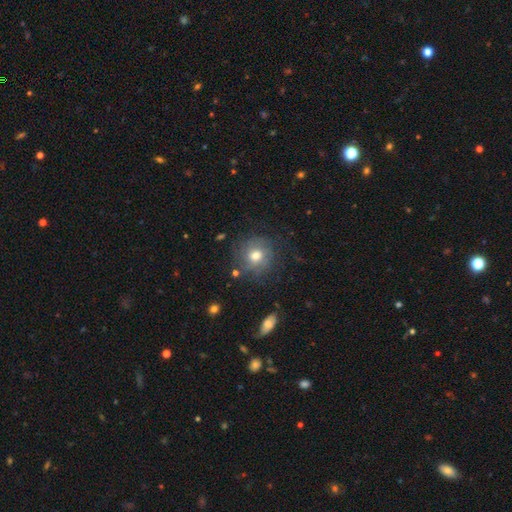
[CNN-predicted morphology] smooth-or-featured: smooth: 45% | featured or disk: 44% | star or artifact: 12%
  merging: none: 74% | minor disturbance: 15% | major disturbance: 9% | merger: 2%